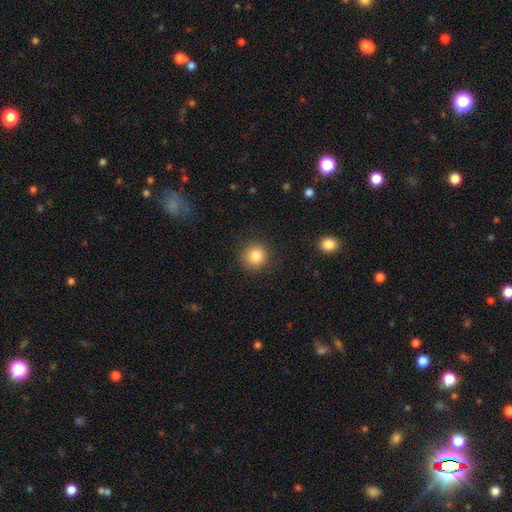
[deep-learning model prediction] Morphology: type=smooth (84%); roundness=round (93%); merging=none (89%).